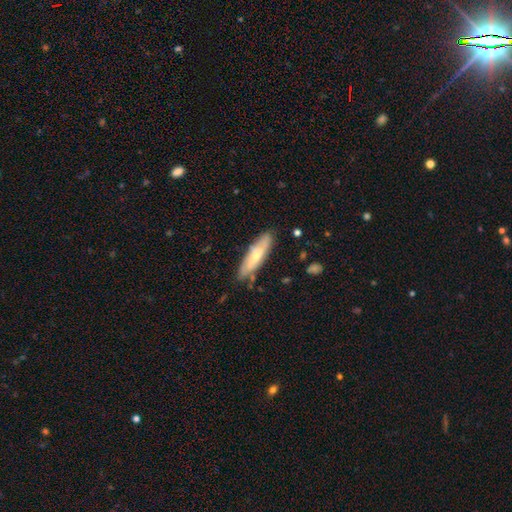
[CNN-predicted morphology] Overall: smooth (60%; featured or disk 34%). How rounded: cigar-shaped (65%; in between 34%). Merging: none (79%).